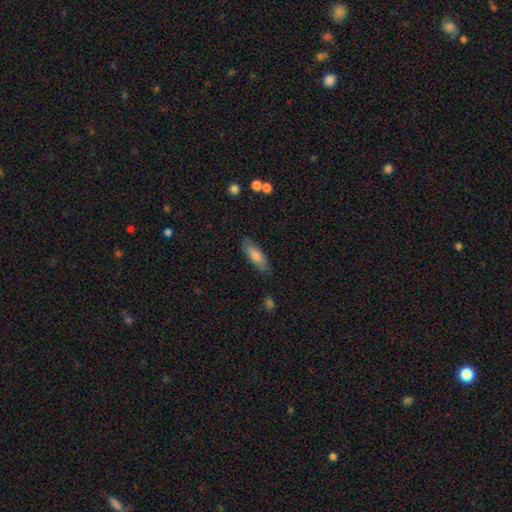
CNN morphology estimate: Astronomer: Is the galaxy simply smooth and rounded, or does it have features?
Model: smooth — 76%.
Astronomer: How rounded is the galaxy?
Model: in between — 61% (runner-up: cigar-shaped, 37%).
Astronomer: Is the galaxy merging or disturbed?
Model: none — 83%.